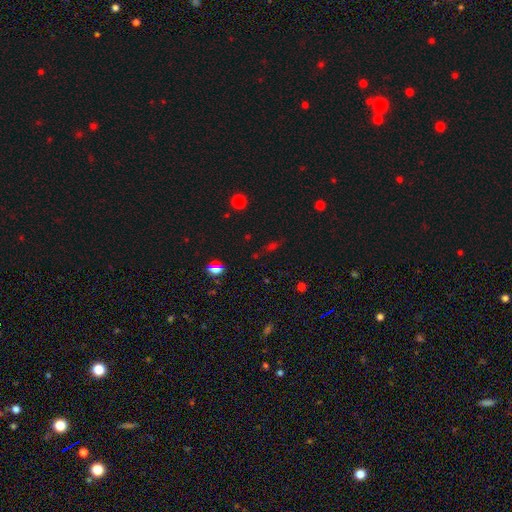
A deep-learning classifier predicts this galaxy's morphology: Smooth or featured?
  - star or artifact: 49% *
  - smooth: 39%
  - featured or disk: 12%